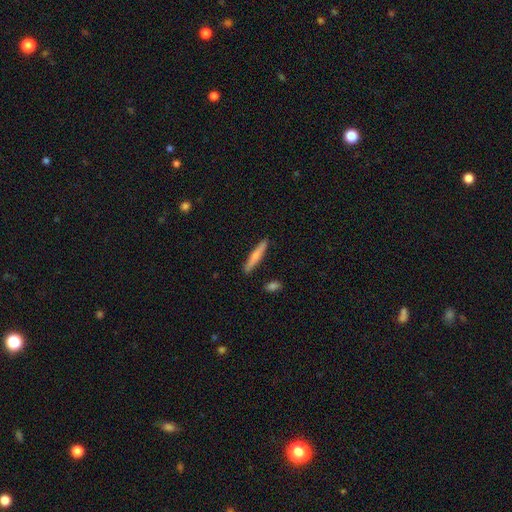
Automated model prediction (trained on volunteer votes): Smooth or featured? Predicted: smooth (p=0.67). How rounded? Predicted: cigar-shaped (p=0.92). Merging? Predicted: none (p=0.89).